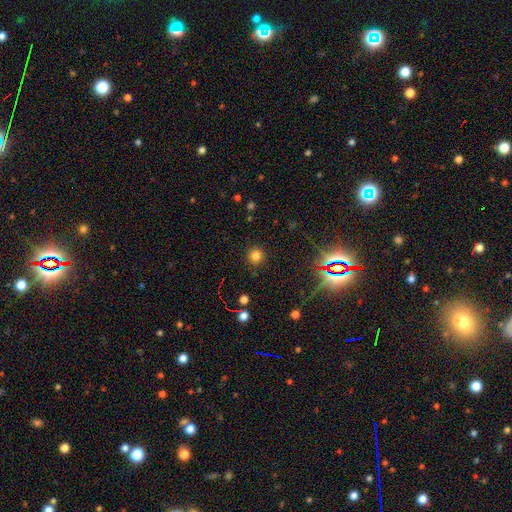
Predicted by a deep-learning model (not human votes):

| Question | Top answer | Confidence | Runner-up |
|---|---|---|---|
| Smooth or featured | smooth | 77% | star or artifact (18%) |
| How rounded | round | 94% | in between (5%) |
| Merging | none | 90% | minor disturbance (6%) |